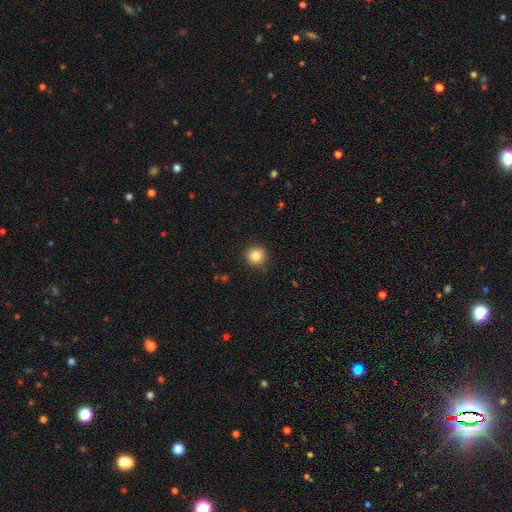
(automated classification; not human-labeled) Q: Smooth or featured?
A: smooth (84%); runner-up: star or artifact (11%)
Q: How rounded?
A: round (95%); runner-up: in between (4%)
Q: Merging?
A: none (89%); runner-up: minor disturbance (8%)